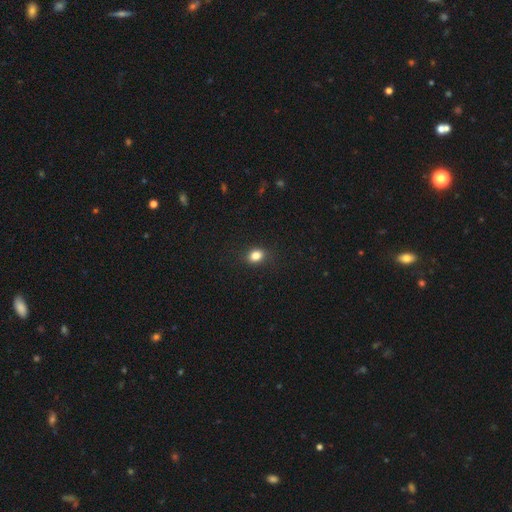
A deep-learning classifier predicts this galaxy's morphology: type=smooth (84%); roundness=in between (60%); merging=none (85%).